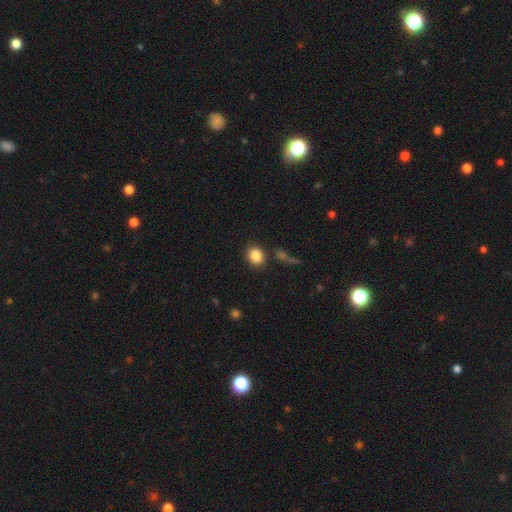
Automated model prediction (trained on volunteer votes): Smooth or featured: smooth — 86% (star or artifact — 9%)
How rounded: round — 55% (in between — 44%)
Merging: none — 82% (minor disturbance — 9%)